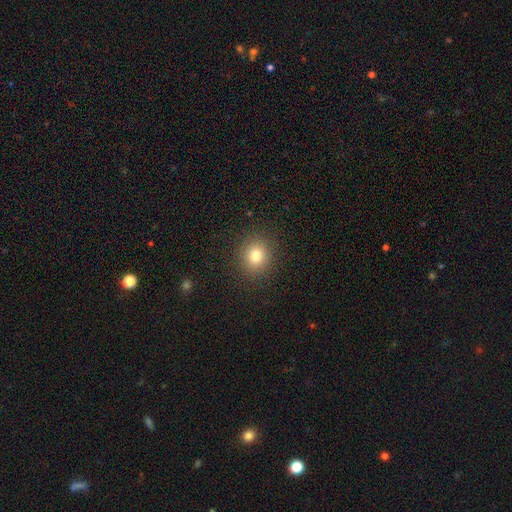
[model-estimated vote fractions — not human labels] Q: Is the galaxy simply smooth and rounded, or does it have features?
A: smooth — 78%.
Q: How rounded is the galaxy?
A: round — 84%.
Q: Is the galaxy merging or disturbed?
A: none — 90%.